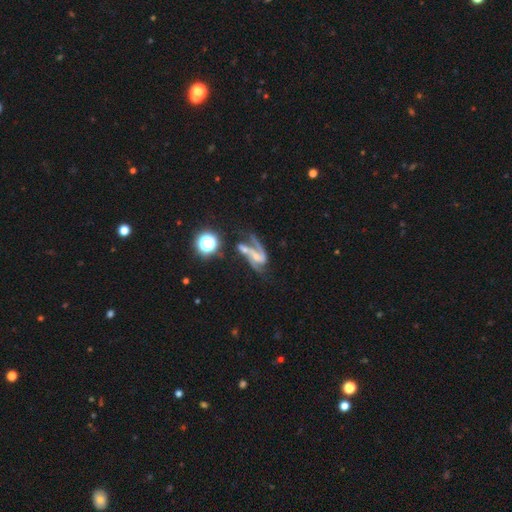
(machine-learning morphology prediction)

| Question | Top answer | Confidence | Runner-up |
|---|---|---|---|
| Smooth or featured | featured or disk | 78% | smooth (11%) |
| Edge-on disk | no | 96% | yes (4%) |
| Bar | weak | 37% | no (33%) |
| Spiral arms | yes | 91% | no (9%) |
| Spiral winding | loose | 51% | medium (37%) |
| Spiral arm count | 2 | 76% | 1 (13%) |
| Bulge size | small | 48% | moderate (25%) |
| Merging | merger | 32% | major disturbance (28%) |